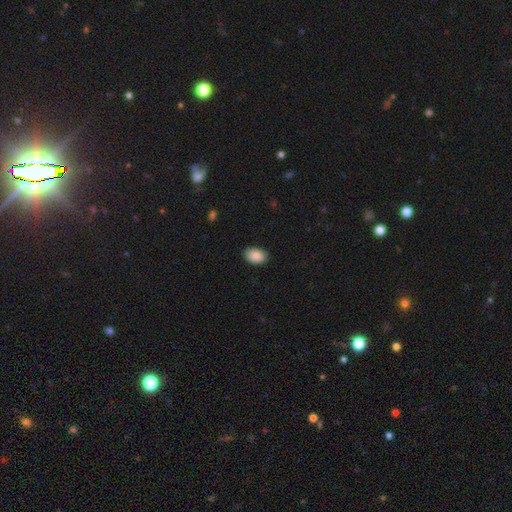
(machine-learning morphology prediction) type=smooth (88%); roundness=in between (87%); merging=none (89%).